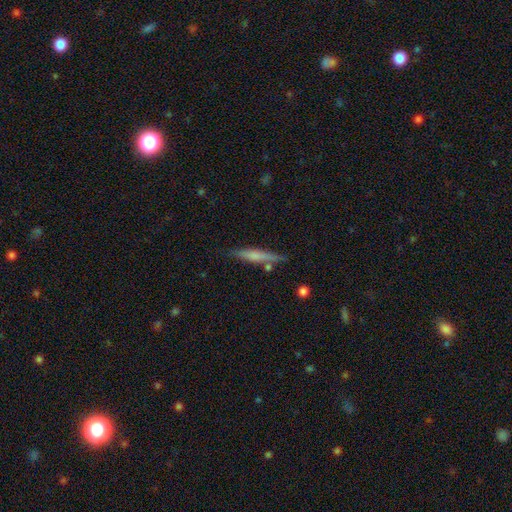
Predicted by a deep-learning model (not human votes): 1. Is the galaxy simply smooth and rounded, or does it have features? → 54% smooth, 40% featured or disk, 7% star or artifact.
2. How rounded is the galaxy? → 91% cigar-shaped, 7% in between, 2% round.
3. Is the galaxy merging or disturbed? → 78% none, 13% minor disturbance, 5% merger, 3% major disturbance.